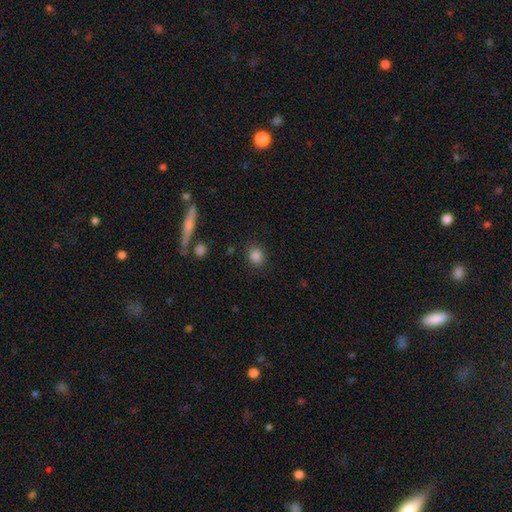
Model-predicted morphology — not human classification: Smooth or featured? Predicted: smooth (p=0.85). How rounded? Predicted: round (p=0.67). Merging? Predicted: none (p=0.86).